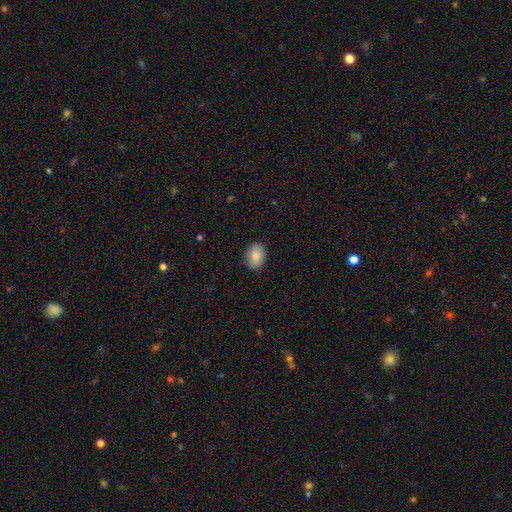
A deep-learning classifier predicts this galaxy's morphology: A smooth galaxy with no disk features (85%) that is in between round and cigar-shaped (76%).

Vote fractions:
- Smooth or featured? smooth: 85% / featured or disk: 8% / star or artifact: 7%
- How rounded? in between: 76% / round: 23% / cigar-shaped: 1%
- Merging? none: 87% / minor disturbance: 10% / major disturbance: 2% / merger: 1%